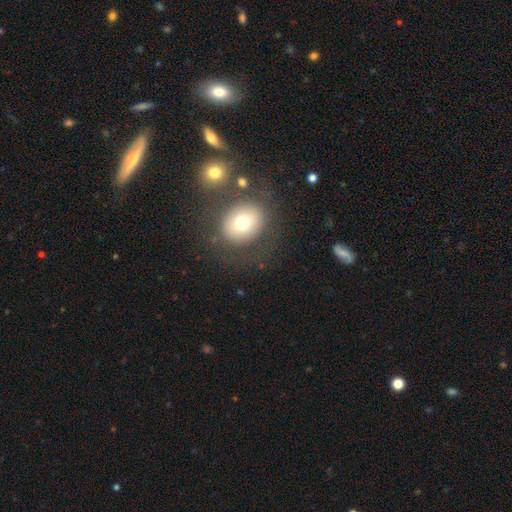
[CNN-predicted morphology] A smooth galaxy with no disk features (53%) that is round (62%). Merging: none (72%).